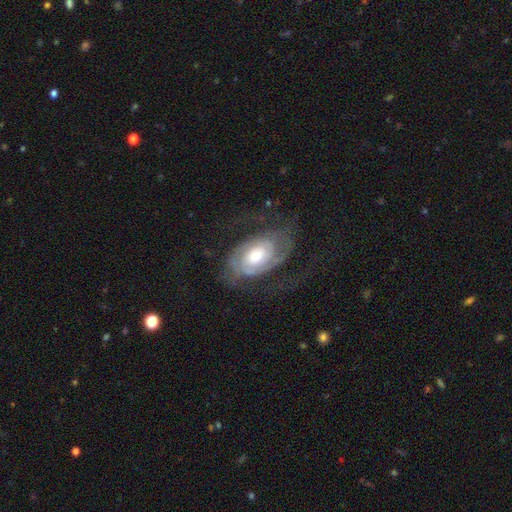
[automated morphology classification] smooth-or-featured: featured or disk: 83% | smooth: 11% | star or artifact: 5%
  disk-edge-on: no: 96% | yes: 4%
    bar: no: 63% | weak: 30% | strong: 7%
    has-spiral-arms: yes: 94% | no: 6%
      spiral-winding: tight: 53% | medium: 33% | loose: 14%
      spiral-arm-count: 2: 53% | can't tell: 23% | 3: 10% | 1: 7% | 4: 4% | more than 4: 3%
    bulge-size: moderate: 61% | small: 20% | large: 15% | dominant: 2% | none: 2%
  merging: none: 60% | major disturbance: 21% | minor disturbance: 18% | merger: 1%